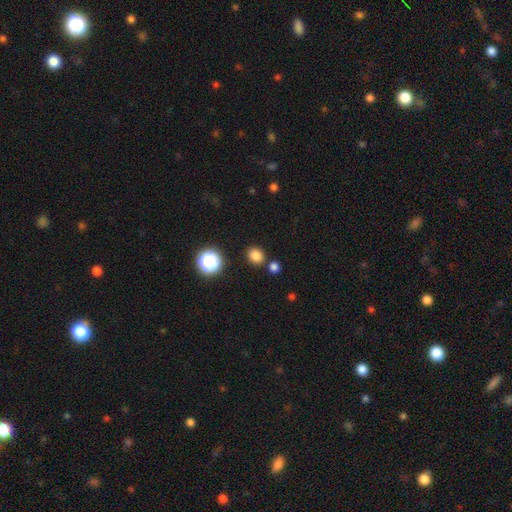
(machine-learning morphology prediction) type=smooth (80%); roundness=round (73%); merging=none (81%).